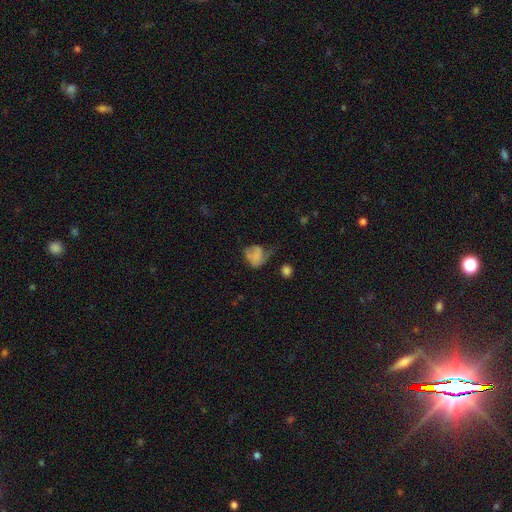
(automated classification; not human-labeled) Smooth or featured: smooth — 66% (featured or disk — 22%)
How rounded: in between — 52% (round — 47%)
Merging: major disturbance — 41% (minor disturbance — 30%)